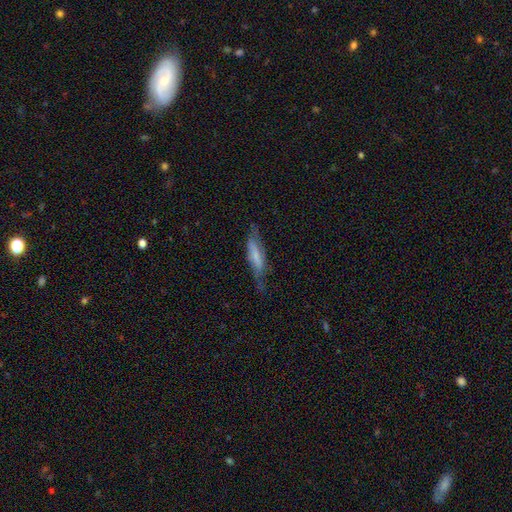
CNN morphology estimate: A featured or disk galaxy (49%).

Vote fractions:
- Smooth or featured? featured or disk: 49% / smooth: 43% / star or artifact: 8%
- Merging? none: 57% / minor disturbance: 27% / major disturbance: 14% / merger: 2%